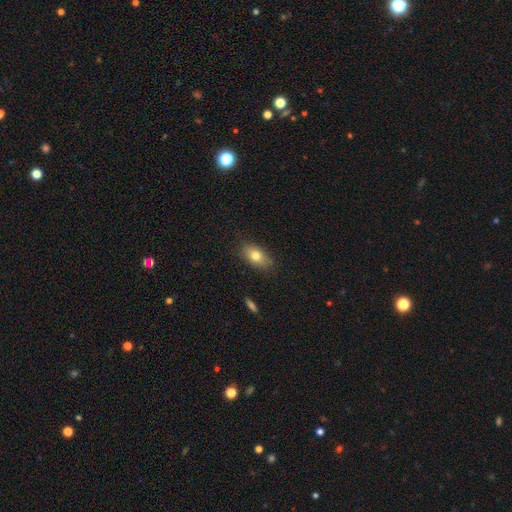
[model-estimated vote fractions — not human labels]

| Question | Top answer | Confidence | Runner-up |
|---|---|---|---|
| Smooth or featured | smooth | 79% | featured or disk (12%) |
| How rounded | in between | 85% | round (12%) |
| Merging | none | 82% | minor disturbance (14%) |